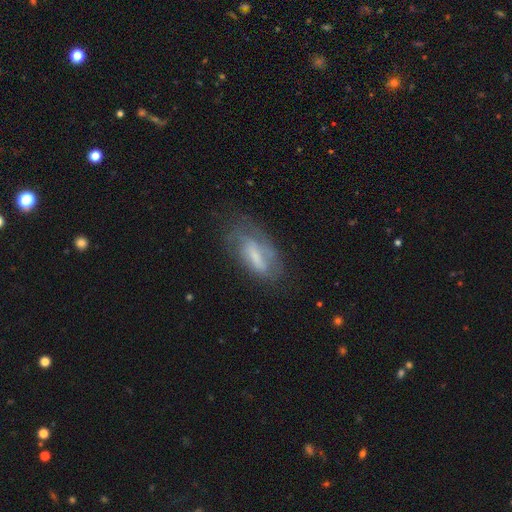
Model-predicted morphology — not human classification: A featured or disk galaxy (51%). Merging: none (51%).